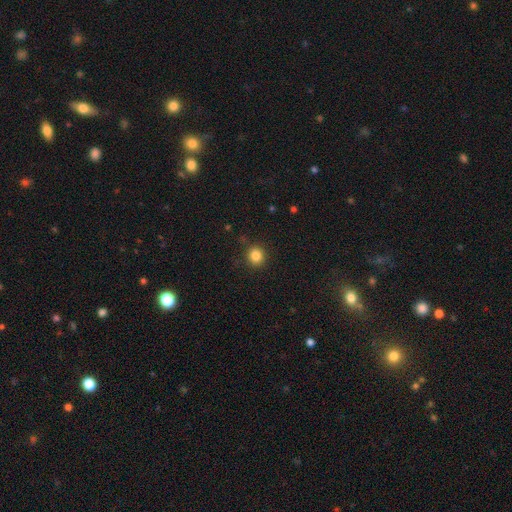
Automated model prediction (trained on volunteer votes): This appears to be a smooth galaxy with no disk features (84%) that is round (87%). Merging: none (87%).